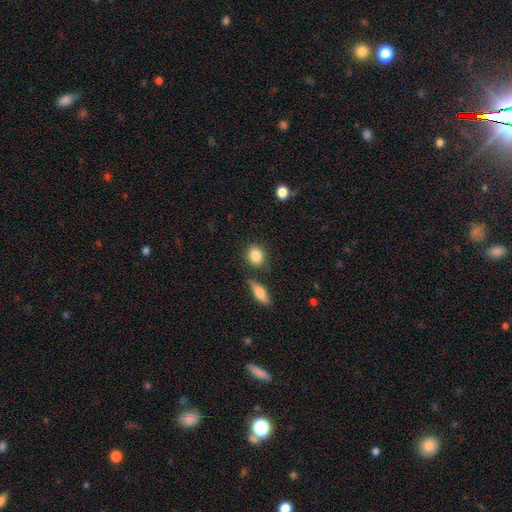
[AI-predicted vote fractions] smooth 86%, star or artifact 8%, featured or disk 6%. Down the decision tree: how rounded — round (54%); merging — none (76%).